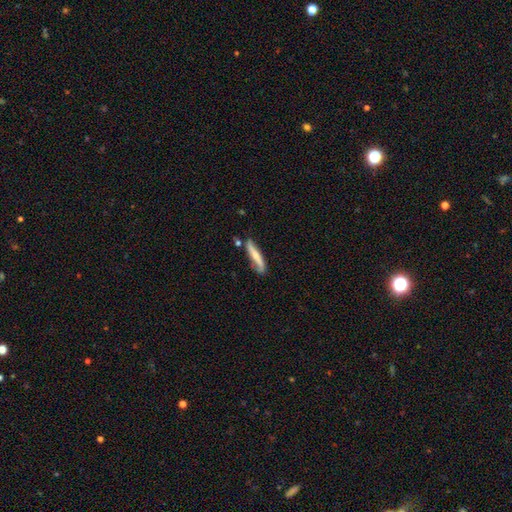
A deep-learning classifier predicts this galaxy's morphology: Q: Smooth or featured?
A: smooth (51%); runner-up: featured or disk (44%)
Q: How rounded?
A: cigar-shaped (87%); runner-up: in between (11%)
Q: Merging?
A: none (63%); runner-up: minor disturbance (25%)